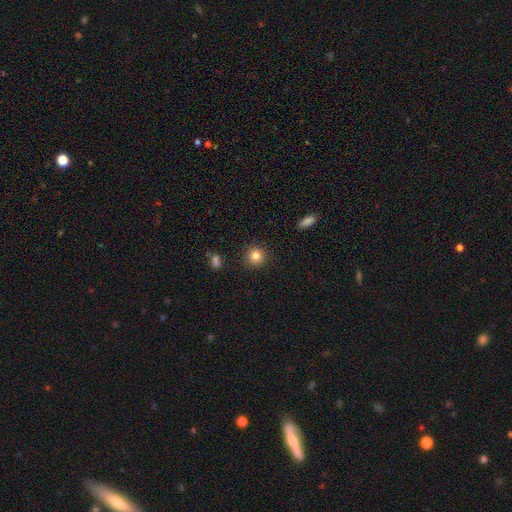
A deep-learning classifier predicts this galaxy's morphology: Smooth or featured? Predicted: smooth (p=0.83). How rounded? Predicted: round (p=0.93). Merging? Predicted: none (p=0.91).